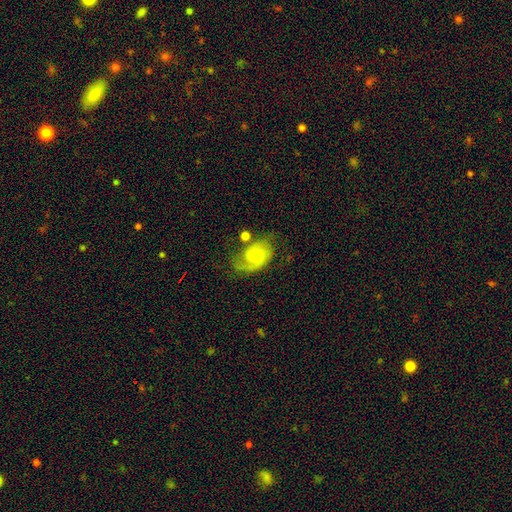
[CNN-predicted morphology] type=featured or disk (70%); edge-on=no (97%); bar=no (53%); spiral arms=yes (92%); winding=medium (48%); arm count=2 (65%); bulge=small (55%); merging=none (52%).